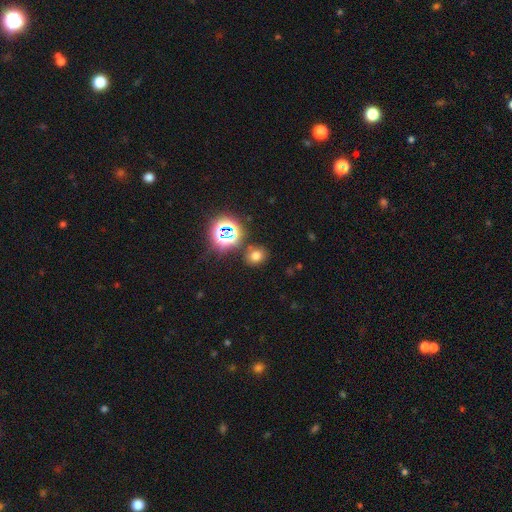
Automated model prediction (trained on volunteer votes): smooth_or_featured: smooth (p=0.68) [alt: star or artifact p=0.25]
how_rounded: round (p=0.63) [alt: in between p=0.36]
merging: none (p=0.81) [alt: minor disturbance p=0.09]